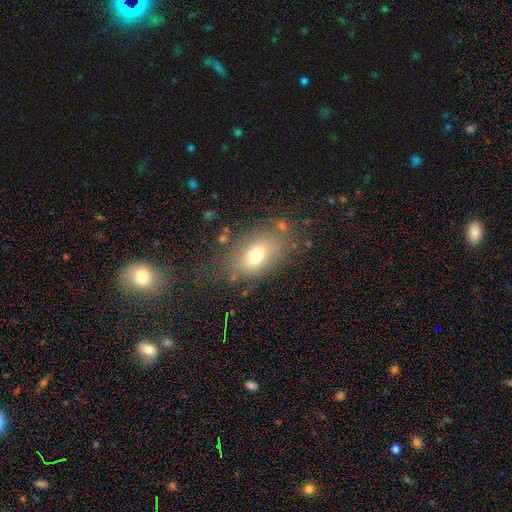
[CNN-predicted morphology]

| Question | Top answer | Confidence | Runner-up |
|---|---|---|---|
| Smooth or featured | smooth | 70% | featured or disk (18%) |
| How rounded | in between | 84% | round (13%) |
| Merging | none | 70% | minor disturbance (17%) |